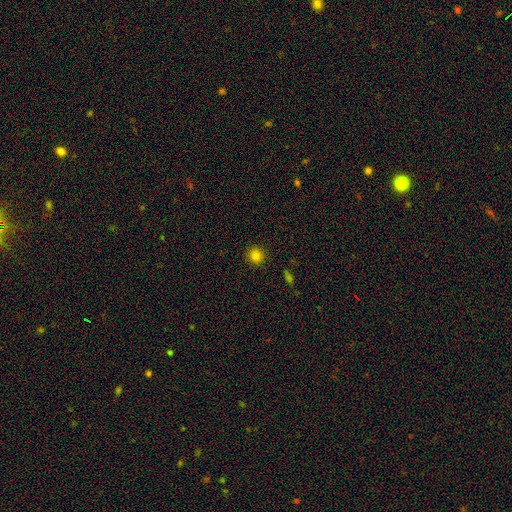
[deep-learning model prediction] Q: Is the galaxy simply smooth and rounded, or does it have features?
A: smooth — 80%.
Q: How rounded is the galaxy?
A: round — 92%.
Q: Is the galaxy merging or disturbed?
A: none — 91%.